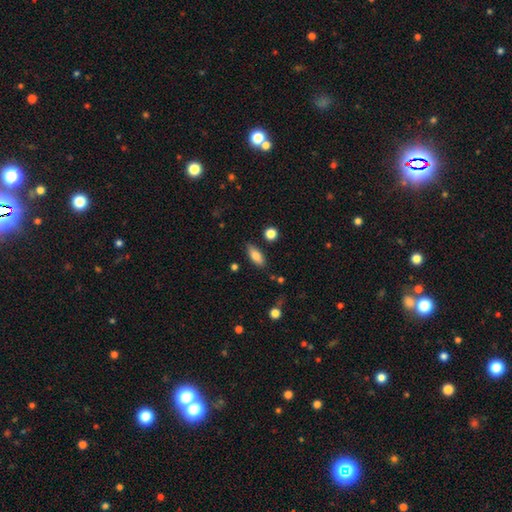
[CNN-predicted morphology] Smooth or featured? smooth (80%)
How rounded? in between (79%)
Merging? none (81%)